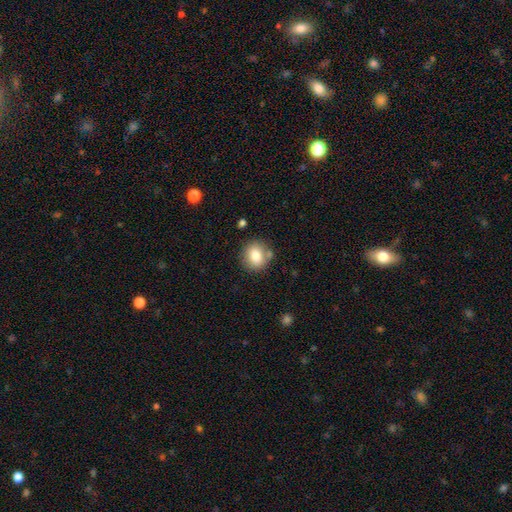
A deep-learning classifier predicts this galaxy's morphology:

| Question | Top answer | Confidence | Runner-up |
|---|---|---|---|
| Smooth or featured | smooth | 79% | featured or disk (11%) |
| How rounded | round | 80% | in between (20%) |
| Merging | none | 77% | minor disturbance (12%) |